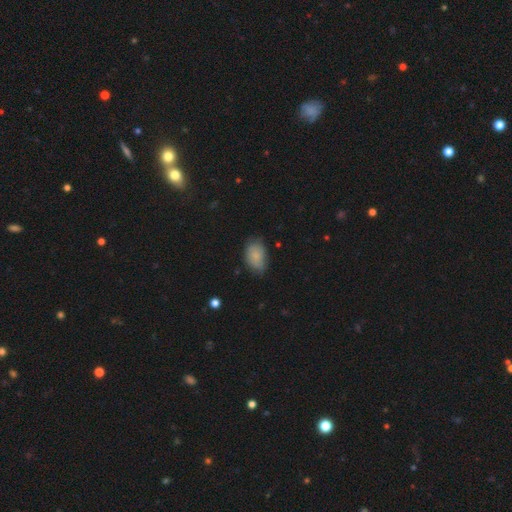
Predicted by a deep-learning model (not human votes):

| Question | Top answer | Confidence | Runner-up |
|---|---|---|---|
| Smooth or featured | smooth | 81% | featured or disk (11%) |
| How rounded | in between | 86% | round (12%) |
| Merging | none | 63% | minor disturbance (29%) |